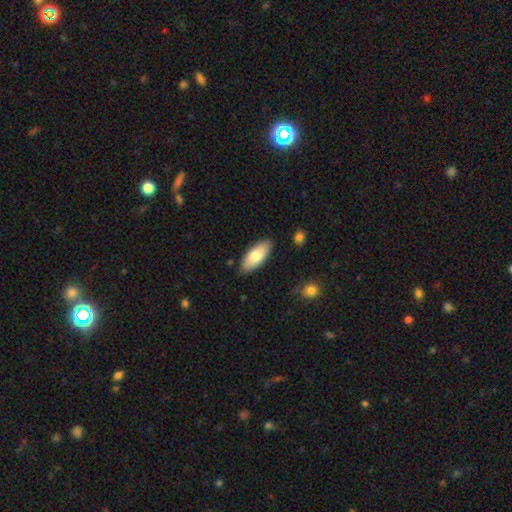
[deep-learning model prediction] A smooth galaxy with no disk features (76%) that is in between round and cigar-shaped (86%).

Vote fractions:
- Smooth or featured? smooth: 76% / featured or disk: 19% / star or artifact: 6%
- How rounded? in between: 86% / cigar-shaped: 12% / round: 2%
- Merging? none: 86% / minor disturbance: 11% / major disturbance: 2% / merger: 2%